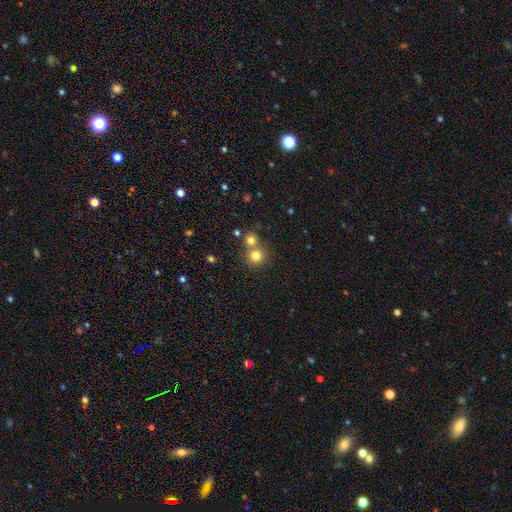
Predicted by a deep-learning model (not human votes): A smooth galaxy with no disk features (78%) that is round (92%). Merging: none (59%).